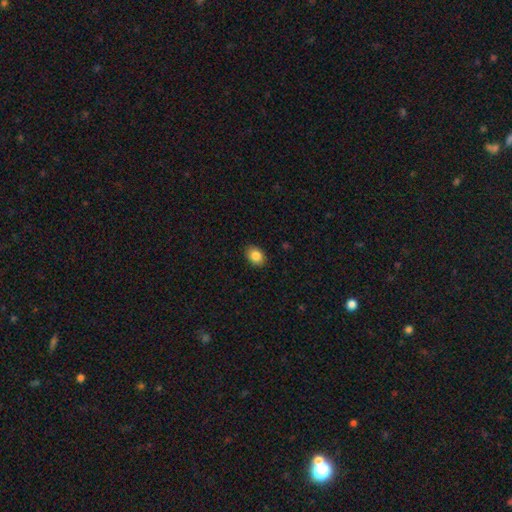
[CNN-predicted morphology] Smooth or featured? Predicted: smooth (p=0.85). How rounded? Predicted: in between (p=0.72). Merging? Predicted: none (p=0.89).